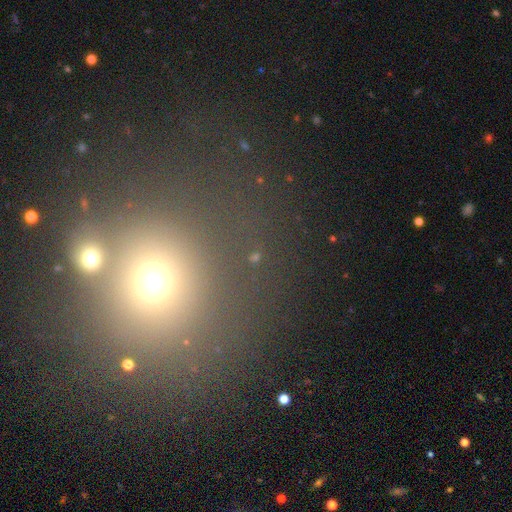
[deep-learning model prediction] Morphology: type=star or artifact (52%).